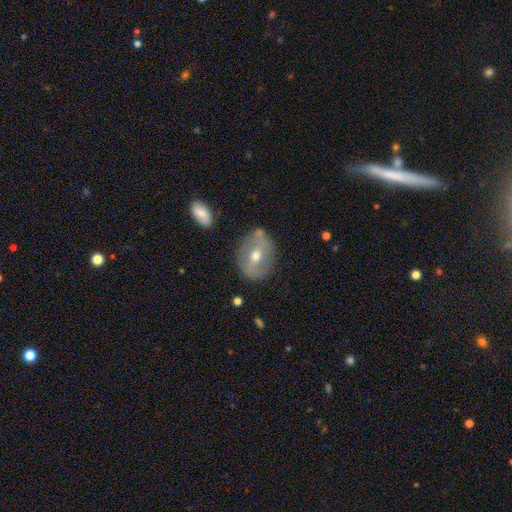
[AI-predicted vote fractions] A featured or disk galaxy (58%) with a weak bar (40%), no spiral arms (62%) and a moderate central bulge (69%). Merging: none (78%).